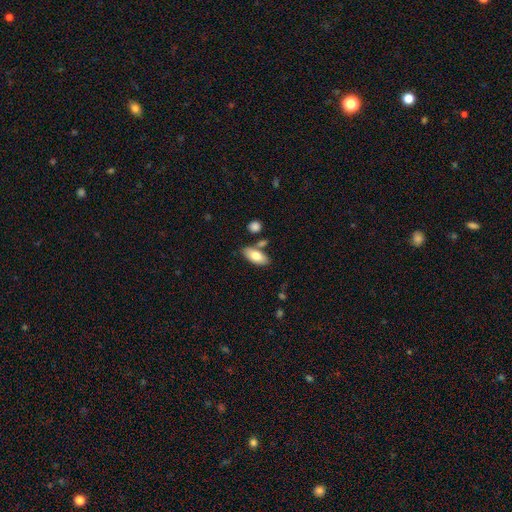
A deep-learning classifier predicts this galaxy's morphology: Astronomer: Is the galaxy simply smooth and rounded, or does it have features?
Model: smooth — 76%.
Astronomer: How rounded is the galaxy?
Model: in between — 89%.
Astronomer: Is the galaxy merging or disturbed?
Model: none — 74%.